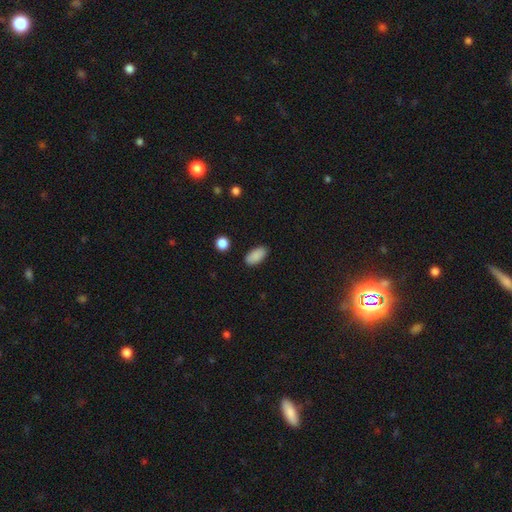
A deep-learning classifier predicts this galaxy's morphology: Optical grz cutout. It shows a smooth galaxy with no disk features (89%) that is in between round and cigar-shaped (93%). Merging: none (86%).